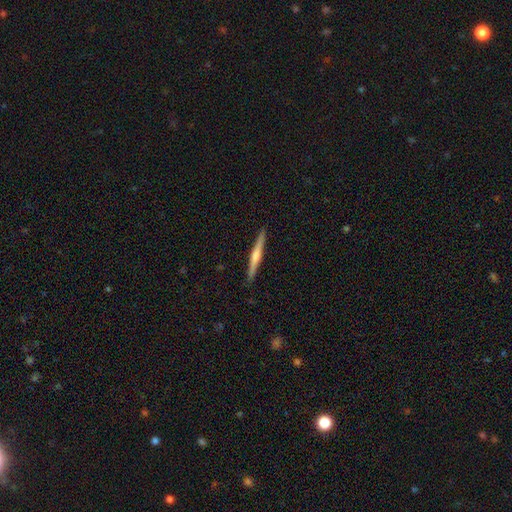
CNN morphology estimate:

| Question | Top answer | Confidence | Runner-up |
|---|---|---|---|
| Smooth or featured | featured or disk | 68% | smooth (27%) |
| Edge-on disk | yes | 98% | no (2%) |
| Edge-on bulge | rounded | 71% | none (16%) |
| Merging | none | 92% | minor disturbance (6%) |